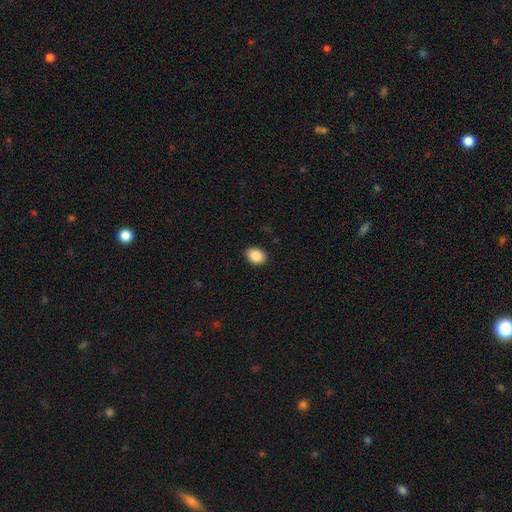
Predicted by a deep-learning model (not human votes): smooth 88%, star or artifact 7%, featured or disk 5%. Down the decision tree: how rounded — in between (75%); merging — none (90%).